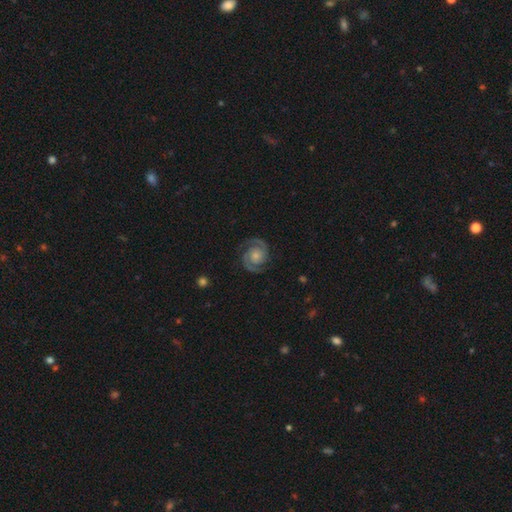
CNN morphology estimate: A featured or disk galaxy (92%) with no bar (72%), 2 (94%) medium (47%) spiral arms (98%) and a small central bulge (42%).

Vote fractions:
- Smooth or featured? featured or disk: 92% / star or artifact: 4% / smooth: 4%
- Edge-on disk? no: 98% / yes: 2%
- Bar? no: 72% / weak: 22% / strong: 6%
- Spiral arms? yes: 98% / no: 2%
- Spiral winding? medium: 47% / tight: 46% / loose: 7%
- Spiral arm count? 2: 94% / 3: 2% / can't tell: 1% / 1: 1% / 4: 1% / more than 4: 1%
- Bulge size? small: 42% / moderate: 40% / none: 10% / large: 7% / dominant: 2%
- Merging? none: 85% / minor disturbance: 11% / major disturbance: 3% / merger: 1%